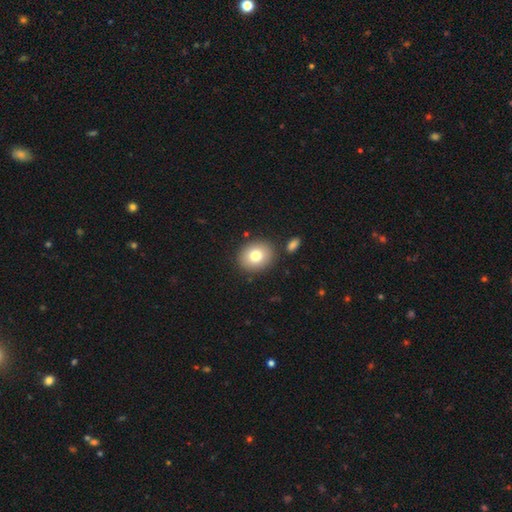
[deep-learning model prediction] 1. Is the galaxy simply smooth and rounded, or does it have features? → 78% smooth, 13% featured or disk, 10% star or artifact.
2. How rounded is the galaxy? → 61% round, 39% in between, 1% cigar-shaped.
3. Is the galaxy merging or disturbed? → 85% none, 8% minor disturbance, 4% merger, 2% major disturbance.